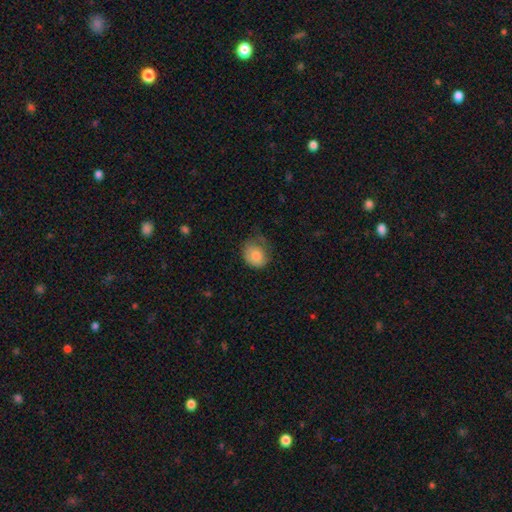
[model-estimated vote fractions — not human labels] smooth-or-featured: smooth: 79% | featured or disk: 13% | star or artifact: 8%
  how-rounded: round: 65% | in between: 34% | cigar-shaped: 1%
  merging: none: 50% | minor disturbance: 33% | major disturbance: 16% | merger: 1%